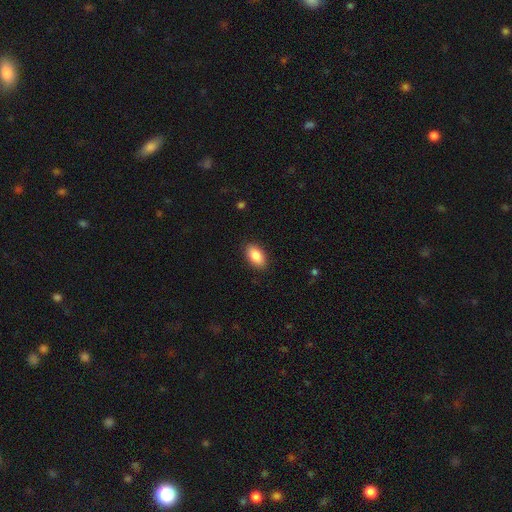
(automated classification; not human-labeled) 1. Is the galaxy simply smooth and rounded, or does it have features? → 88% smooth, 7% star or artifact, 6% featured or disk.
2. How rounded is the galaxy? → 93% in between, 5% round, 2% cigar-shaped.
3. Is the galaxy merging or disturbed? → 89% none, 8% minor disturbance, 2% major disturbance, 1% merger.